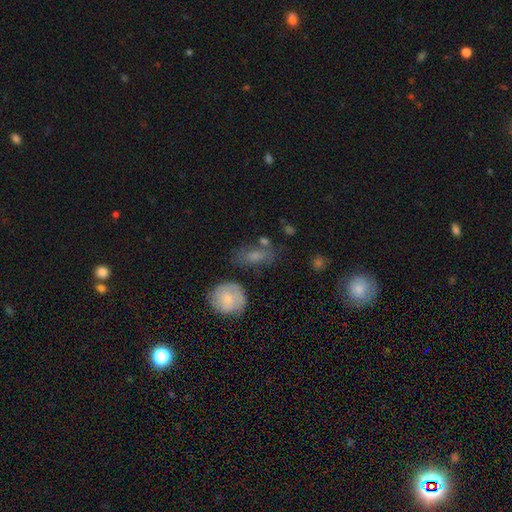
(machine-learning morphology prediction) A smooth galaxy with no disk features (62%) that is in between round and cigar-shaped (75%).

Vote fractions:
- Smooth or featured? smooth: 62% / featured or disk: 24% / star or artifact: 14%
- How rounded? in between: 75% / round: 15% / cigar-shaped: 11%
- Merging? none: 60% / minor disturbance: 21% / major disturbance: 10% / merger: 9%